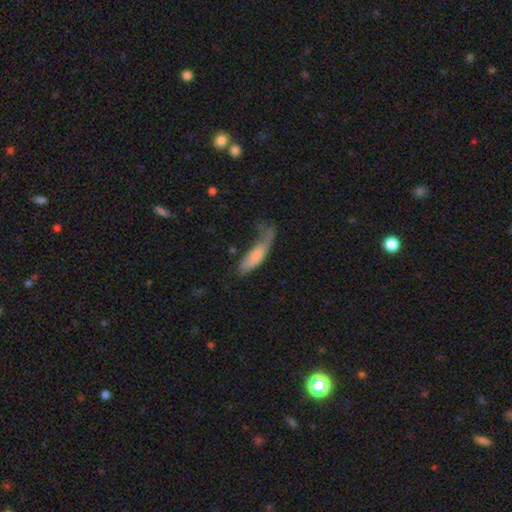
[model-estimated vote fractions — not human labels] Smooth or featured?
  - smooth: 73% *
  - featured or disk: 21%
  - star or artifact: 6%
How rounded?
  - cigar-shaped: 50% *
  - in between: 48%
  - round: 2%
Merging?
  - major disturbance: 32% * (tied)
  - minor disturbance: 32% * (tied)
  - none: 29%
  - merger: 6%